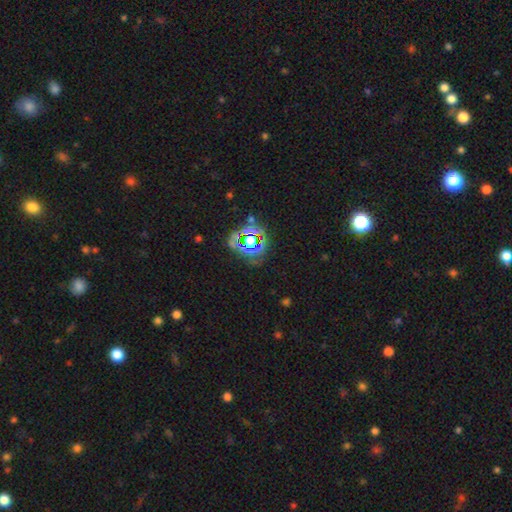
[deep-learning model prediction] smooth_or_featured: star or artifact (p=0.69) [alt: smooth p=0.19]